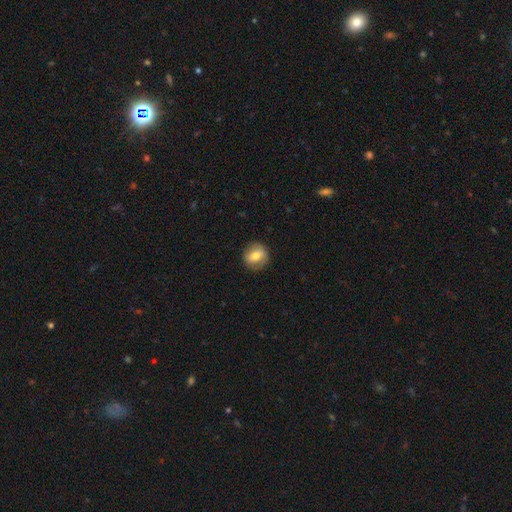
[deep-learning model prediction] This appears to be a smooth galaxy with no disk features (62%) that is round (81%). Merging: none (85%).